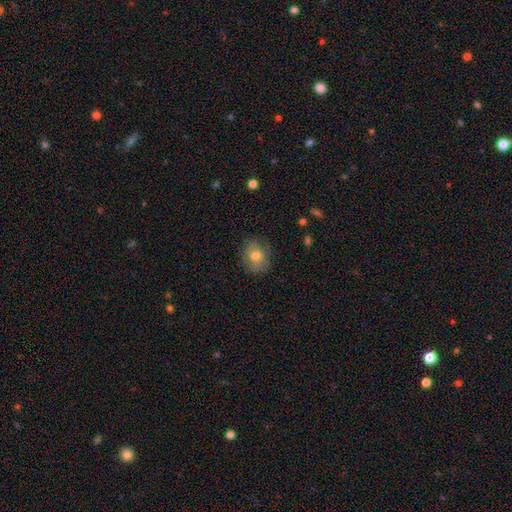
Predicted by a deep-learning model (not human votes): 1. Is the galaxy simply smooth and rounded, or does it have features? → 71% smooth, 21% featured or disk, 9% star or artifact.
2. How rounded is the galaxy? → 61% round, 38% in between, 1% cigar-shaped.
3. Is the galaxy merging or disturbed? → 79% none, 16% minor disturbance, 4% major disturbance, 1% merger.